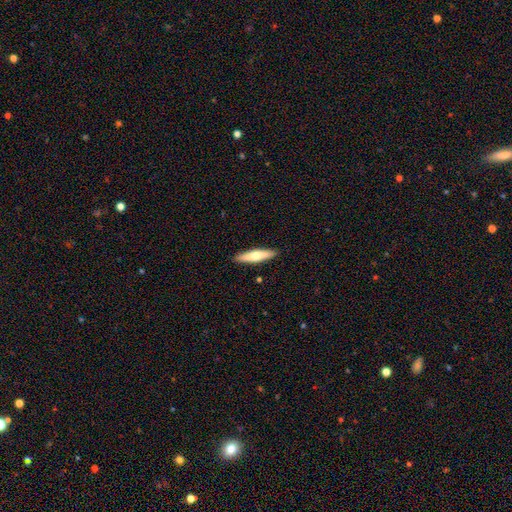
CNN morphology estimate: Smooth or featured: smooth — 59% (featured or disk — 36%)
How rounded: cigar-shaped — 77% (in between — 21%)
Merging: none — 90% (minor disturbance — 7%)